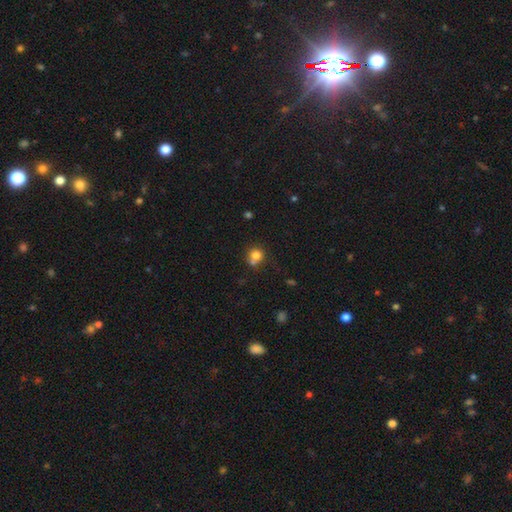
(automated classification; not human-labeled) Q: Smooth or featured?
A: smooth (77%); runner-up: star or artifact (12%)
Q: How rounded?
A: round (84%); runner-up: in between (15%)
Q: Merging?
A: none (48%); runner-up: merger (38%)